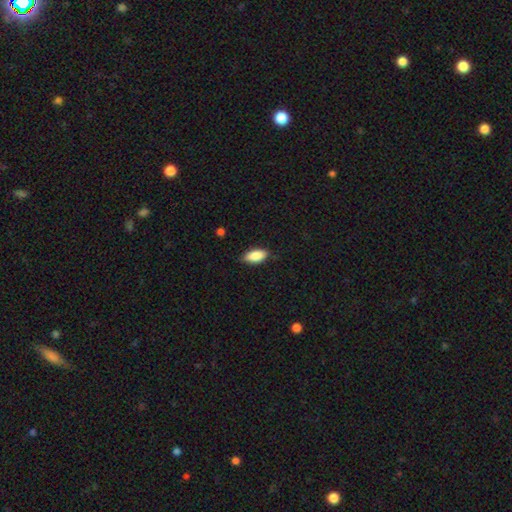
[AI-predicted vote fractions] Morphology: type=smooth (87%); roundness=in between (89%); merging=none (82%).